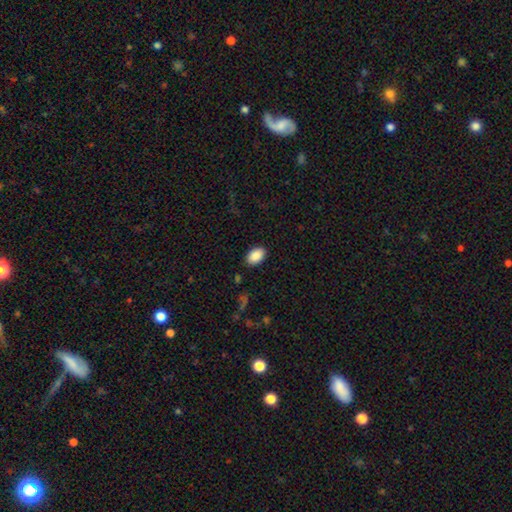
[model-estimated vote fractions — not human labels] Smooth or featured: smooth — 89% (star or artifact — 7%)
How rounded: in between — 90% (round — 8%)
Merging: none — 87% (minor disturbance — 9%)